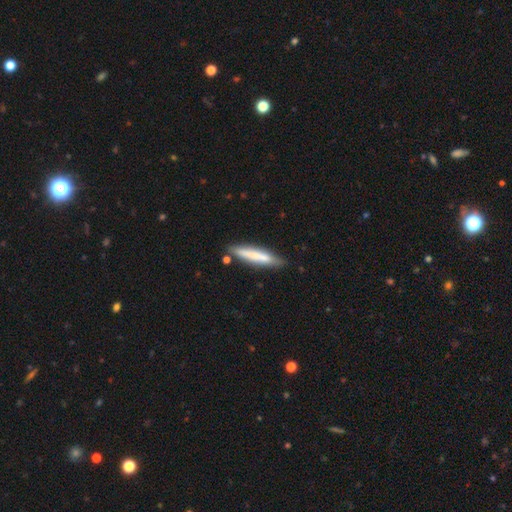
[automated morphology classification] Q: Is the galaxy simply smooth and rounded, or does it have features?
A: smooth — 69%.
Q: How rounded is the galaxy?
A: cigar-shaped — 90%.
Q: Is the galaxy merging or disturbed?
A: none — 79%.